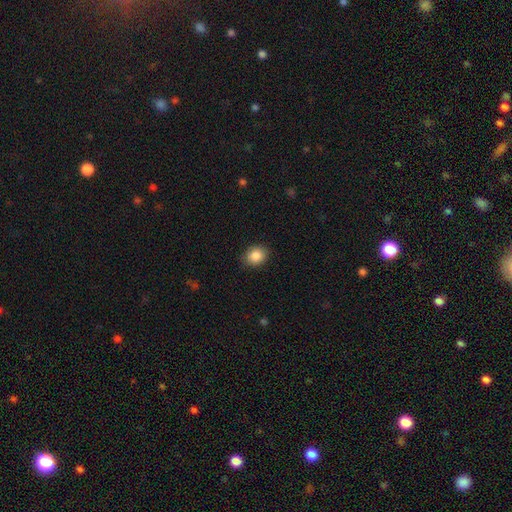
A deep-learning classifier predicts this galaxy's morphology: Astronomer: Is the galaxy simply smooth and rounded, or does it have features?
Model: smooth — 87%.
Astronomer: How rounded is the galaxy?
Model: round — 57% (runner-up: in between, 42%).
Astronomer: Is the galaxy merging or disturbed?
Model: none — 87%.